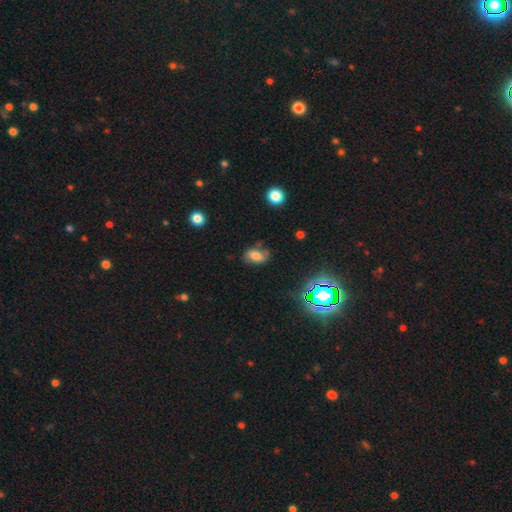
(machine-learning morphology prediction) smooth_or_featured: smooth (p=0.69) [alt: featured or disk p=0.16]
how_rounded: in between (p=0.84) [alt: round p=0.14]
merging: none (p=0.61) [alt: minor disturbance p=0.26]